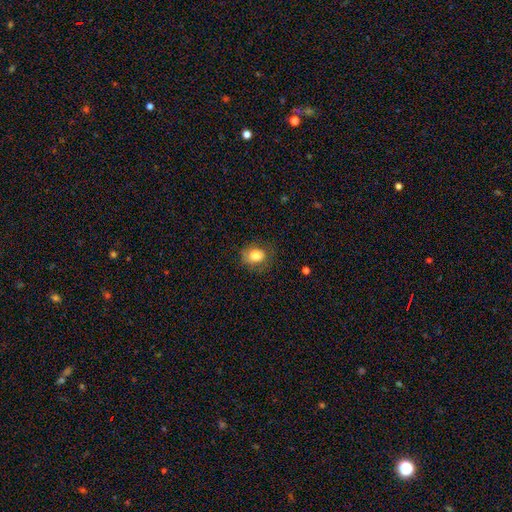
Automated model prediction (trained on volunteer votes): Q: Smooth or featured?
A: smooth (82%); runner-up: star or artifact (10%)
Q: How rounded?
A: round (60%); runner-up: in between (40%)
Q: Merging?
A: none (71%); runner-up: minor disturbance (20%)